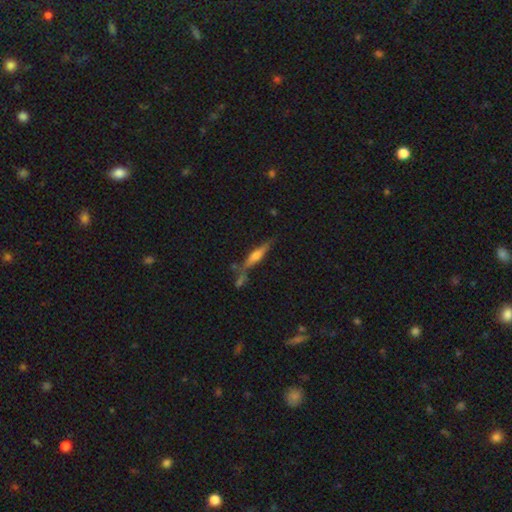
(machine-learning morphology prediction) This appears to be a featured or disk galaxy (46%, tied with smooth). Merging: none (58%).